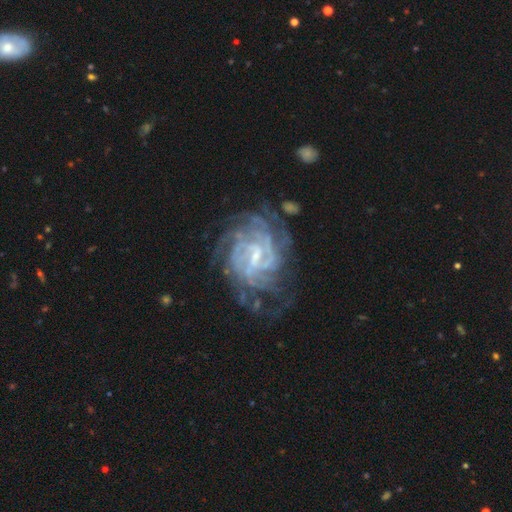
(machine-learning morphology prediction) type=featured or disk (88%); edge-on=no (97%); bar=weak (58%); spiral arms=yes (96%); winding=tight (68%); arm count=can't tell (36%); bulge=small (58%); merging=none (68%).